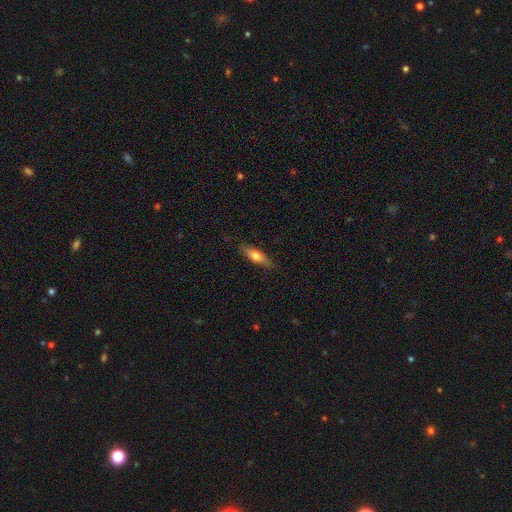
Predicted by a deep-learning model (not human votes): Smooth or featured?
  - smooth: 65% *
  - featured or disk: 29%
  - star or artifact: 6%
How rounded?
  - cigar-shaped: 55% *
  - in between: 42%
  - round: 2%
Merging?
  - none: 82% *
  - minor disturbance: 14%
  - major disturbance: 3%
  - merger: 1%